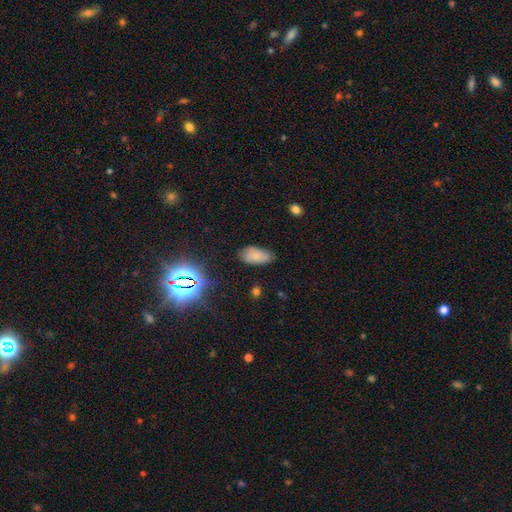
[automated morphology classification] This appears to be a smooth galaxy with no disk features (75%) that is in between round and cigar-shaped (92%). Merging: none (71%).